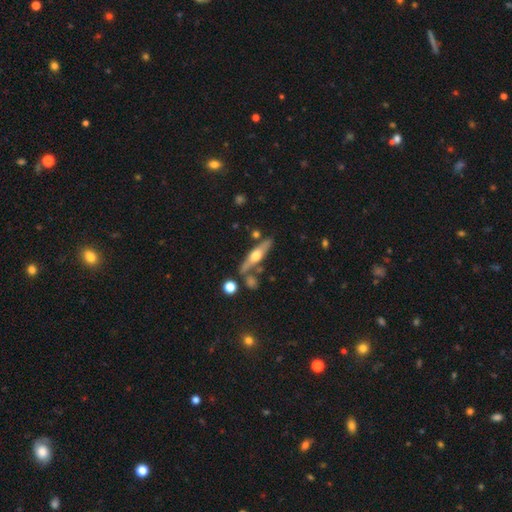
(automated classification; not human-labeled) Overall: featured or disk (63%; smooth 31%). Edge-on disk: yes (93%). Edge-on bulge: rounded (93%). Merging: none (75%).